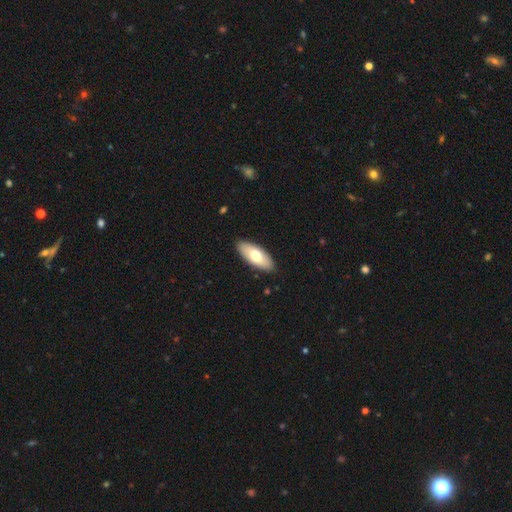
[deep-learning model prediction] A smooth galaxy with no disk features (68%) that is in between round and cigar-shaped (84%).

Vote fractions:
- Smooth or featured? smooth: 68% / featured or disk: 27% / star or artifact: 5%
- How rounded? in between: 84% / cigar-shaped: 14% / round: 2%
- Merging? none: 89% / minor disturbance: 8% / major disturbance: 2% / merger: 1%